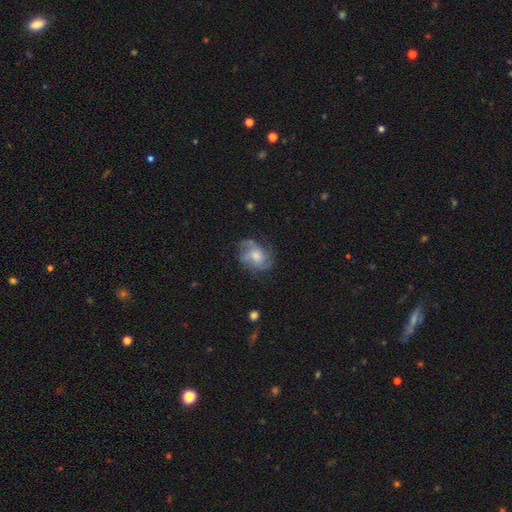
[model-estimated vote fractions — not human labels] A featured or disk galaxy (69%) with no bar (71%), 3 (37%) medium (48%) spiral arms (89%) and a moderate central bulge (51%).

Vote fractions:
- Smooth or featured? featured or disk: 69% / smooth: 23% / star or artifact: 8%
- Edge-on disk? no: 97% / yes: 3%
- Bar? no: 71% / weak: 25% / strong: 4%
- Spiral arms? yes: 89% / no: 11%
- Spiral winding? medium: 48% / tight: 29% / loose: 23%
- Spiral arm count? 3: 37% / can't tell: 23% / 2: 17% / 4: 14% / 1: 5% / more than 4: 5%
- Bulge size? moderate: 51% / small: 21% / large: 19% / none: 7% / dominant: 2%
- Merging? none: 64% / minor disturbance: 21% / major disturbance: 14% / merger: 2%